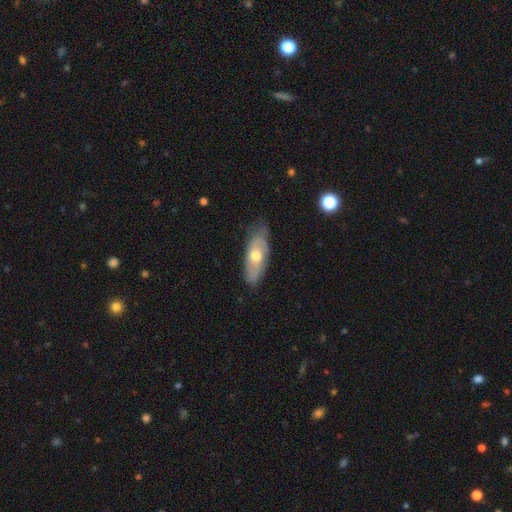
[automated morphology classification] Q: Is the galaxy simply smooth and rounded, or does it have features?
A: featured or disk — 51%.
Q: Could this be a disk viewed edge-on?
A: no — 77%.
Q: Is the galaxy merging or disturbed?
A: none — 69%.